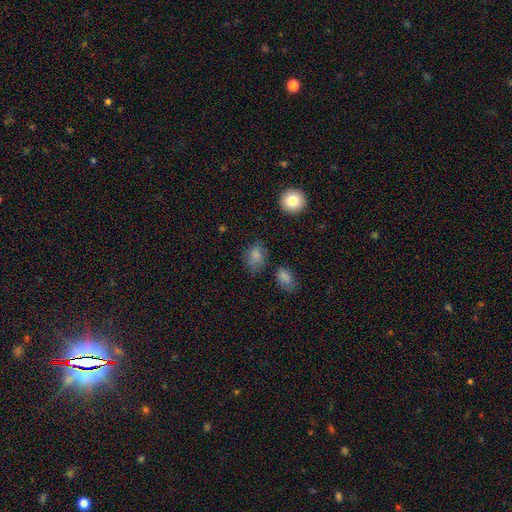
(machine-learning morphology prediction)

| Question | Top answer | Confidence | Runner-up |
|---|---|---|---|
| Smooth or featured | smooth | 81% | star or artifact (11%) |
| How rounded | in between | 65% | round (34%) |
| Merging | none | 66% | minor disturbance (23%) |